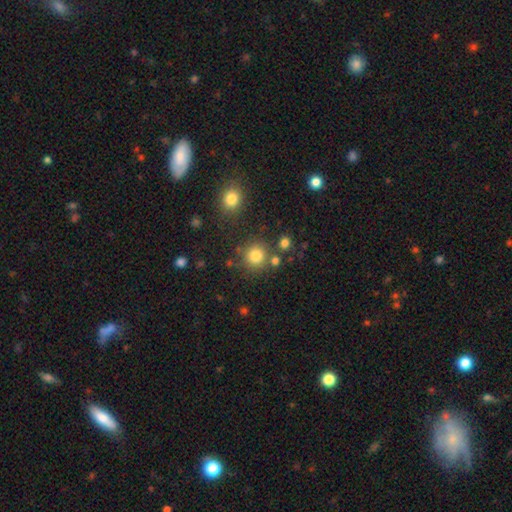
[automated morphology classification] type=smooth (80%); roundness=round (92%); merging=none (78%).